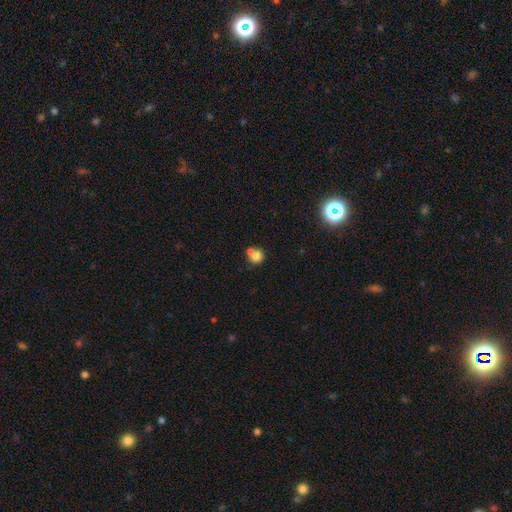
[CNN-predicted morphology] A smooth galaxy with no disk features (77%) that is round (86%).

Vote fractions:
- Smooth or featured? smooth: 77% / featured or disk: 12% / star or artifact: 11%
- How rounded? round: 86% / in between: 13% / cigar-shaped: 1%
- Merging? none: 45% / merger: 43% / minor disturbance: 9% / major disturbance: 4%